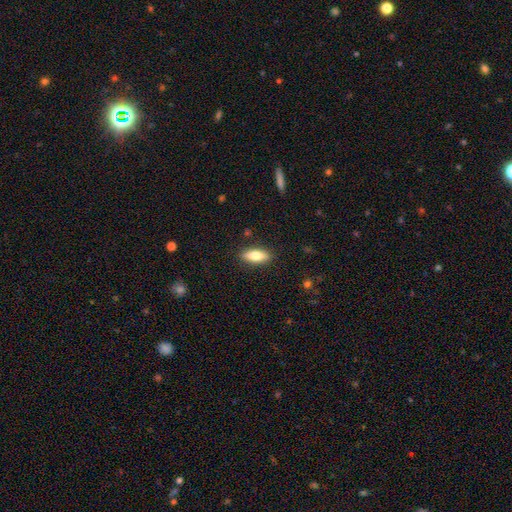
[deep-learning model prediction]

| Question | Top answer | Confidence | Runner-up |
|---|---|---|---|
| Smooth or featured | smooth | 72% | featured or disk (21%) |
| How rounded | in between | 70% | cigar-shaped (27%) |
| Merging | none | 88% | minor disturbance (9%) |